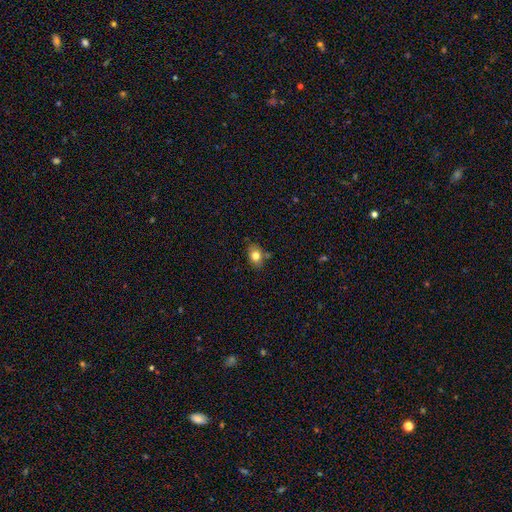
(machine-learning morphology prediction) This is likely a smooth galaxy (79%). How rounded: likely in between (62%). Merging: likely none (71%).